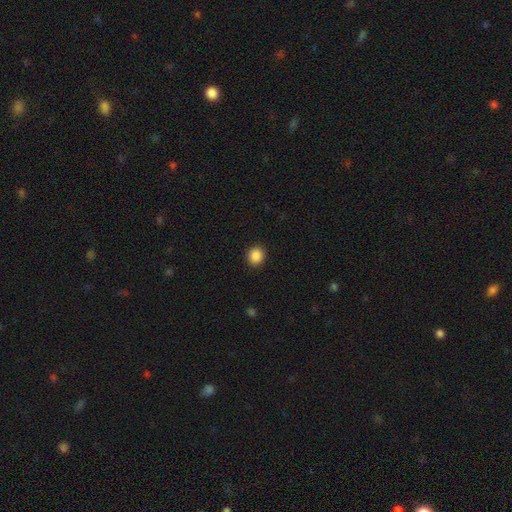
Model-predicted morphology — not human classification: A smooth galaxy with no disk features (88%) that is round (84%).

Vote fractions:
- Smooth or featured? smooth: 88% / star or artifact: 9% / featured or disk: 3%
- How rounded? round: 84% / in between: 15% / cigar-shaped: 1%
- Merging? none: 92% / minor disturbance: 5% / major disturbance: 2% / merger: 1%